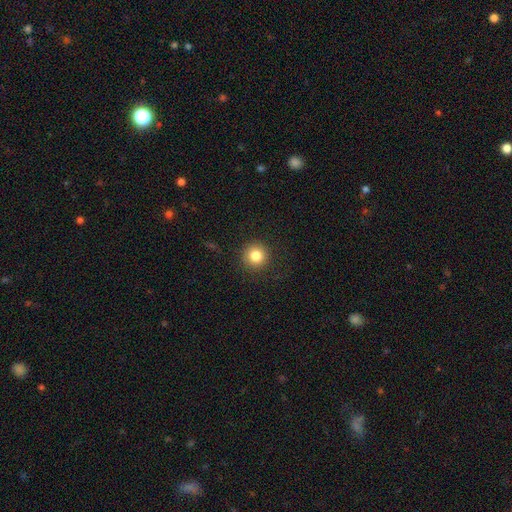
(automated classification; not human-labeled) A smooth galaxy with no disk features (83%) that is round (95%).

Vote fractions:
- Smooth or featured? smooth: 83% / star or artifact: 11% / featured or disk: 6%
- How rounded? round: 95% / in between: 4% / cigar-shaped: 1%
- Merging? none: 90% / minor disturbance: 6% / major disturbance: 3% / merger: 1%